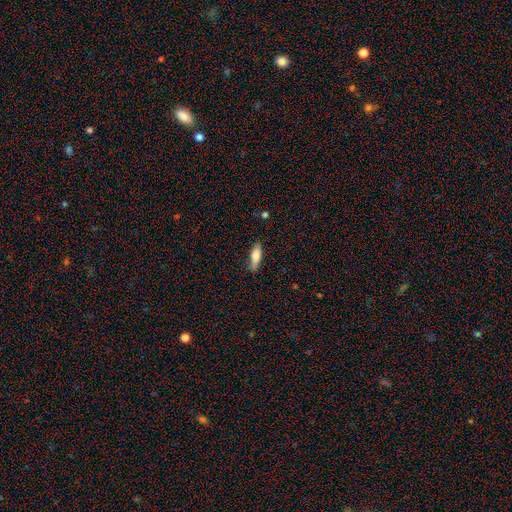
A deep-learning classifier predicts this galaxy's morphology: smooth_or_featured: smooth (p=0.75) [alt: featured or disk p=0.18]
how_rounded: in between (p=0.52) [alt: cigar-shaped p=0.46]
merging: none (p=0.79) [alt: minor disturbance p=0.16]